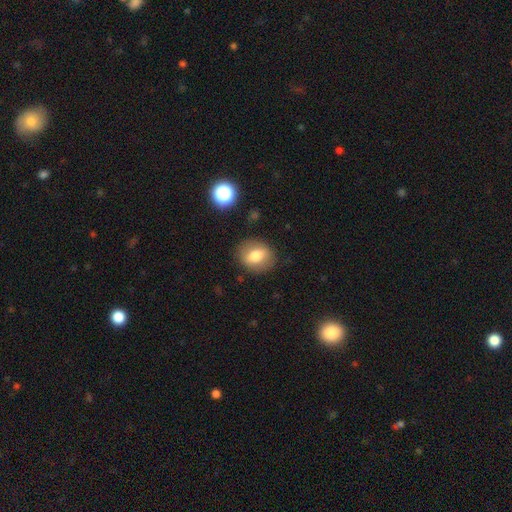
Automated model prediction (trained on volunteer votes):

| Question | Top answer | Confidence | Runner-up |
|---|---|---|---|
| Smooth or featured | smooth | 72% | featured or disk (19%) |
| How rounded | round | 53% | in between (46%) |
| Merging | none | 84% | minor disturbance (11%) |